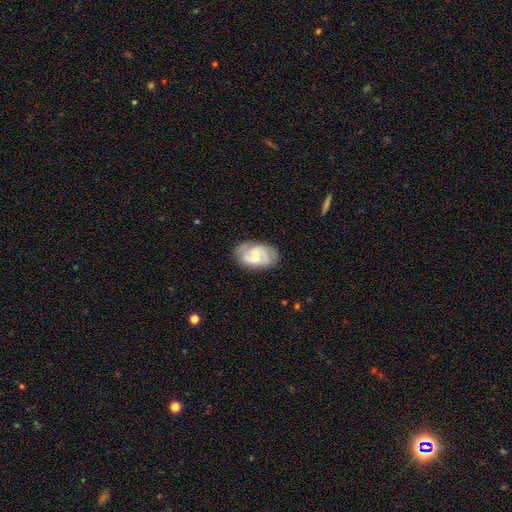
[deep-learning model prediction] A featured or disk galaxy (71%) with a weak bar (57%), 2 (76%) medium (48%) spiral arms (88%) and a small central bulge (54%). Merging: none (75%).